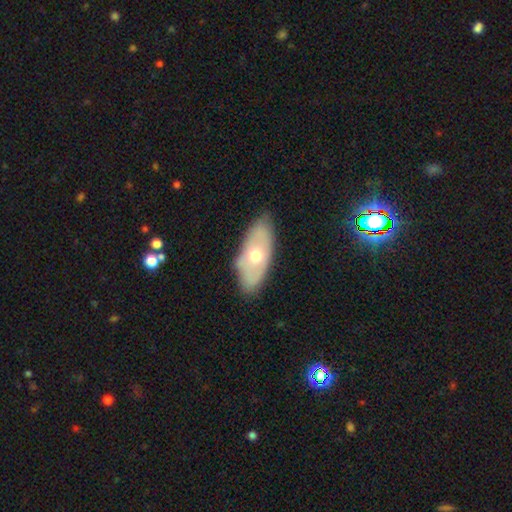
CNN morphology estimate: type=smooth (50%); merging=none (76%).